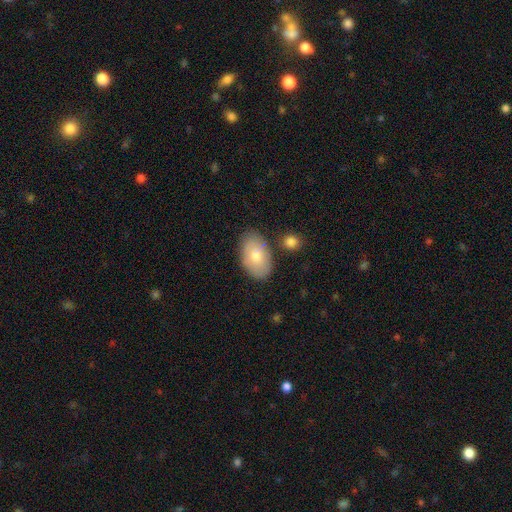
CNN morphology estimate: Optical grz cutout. It shows a smooth galaxy with no disk features (73%) that is in between round and cigar-shaped (93%). Merging: none (77%).